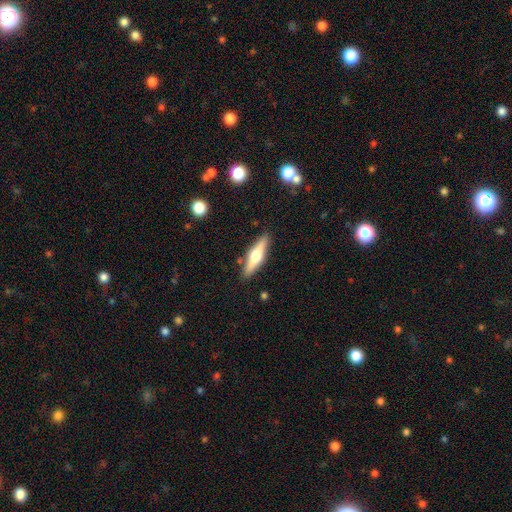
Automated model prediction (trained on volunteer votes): Overall: featured or disk (55%; smooth 39%). Edge-on disk: yes (94%). Edge-on bulge: rounded (93%). Merging: none (88%).